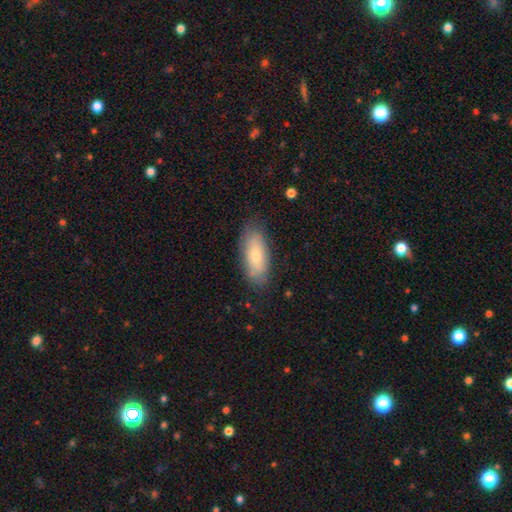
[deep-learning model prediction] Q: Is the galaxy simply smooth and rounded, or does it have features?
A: smooth — 73%.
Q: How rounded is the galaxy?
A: in between — 81%.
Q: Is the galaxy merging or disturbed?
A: none — 78%.